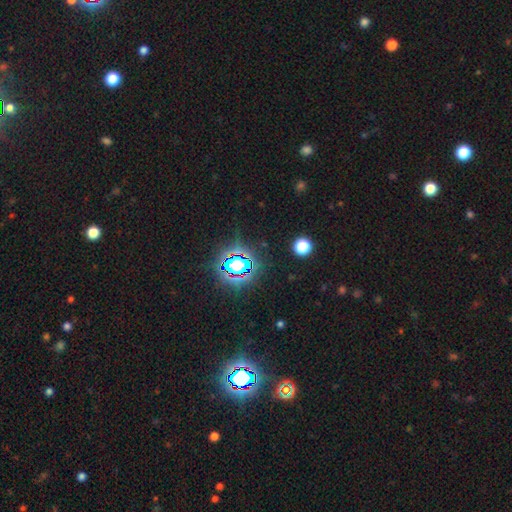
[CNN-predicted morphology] Q: Smooth or featured?
A: star or artifact (82%); runner-up: smooth (12%)